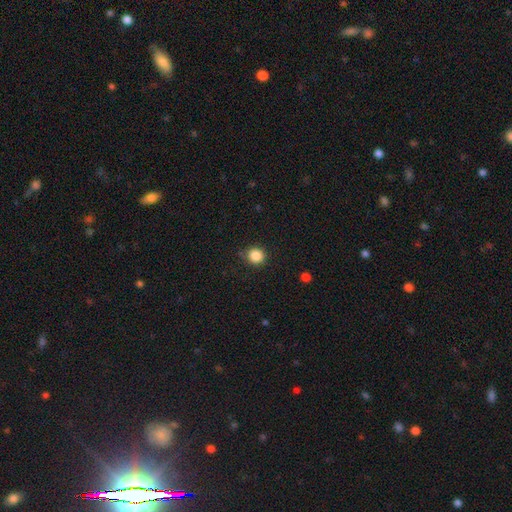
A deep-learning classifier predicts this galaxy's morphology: smooth-or-featured: smooth: 86% | star or artifact: 10% | featured or disk: 4%
  how-rounded: round: 89% | in between: 10% | cigar-shaped: 1%
  merging: none: 85% | minor disturbance: 11% | major disturbance: 3% | merger: 1%